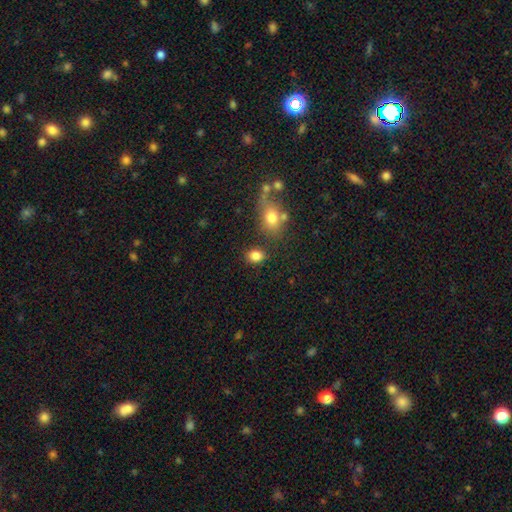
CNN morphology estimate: This is clearly a smooth galaxy (84%). How rounded: possibly in between (59%). Merging: likely none (79%).